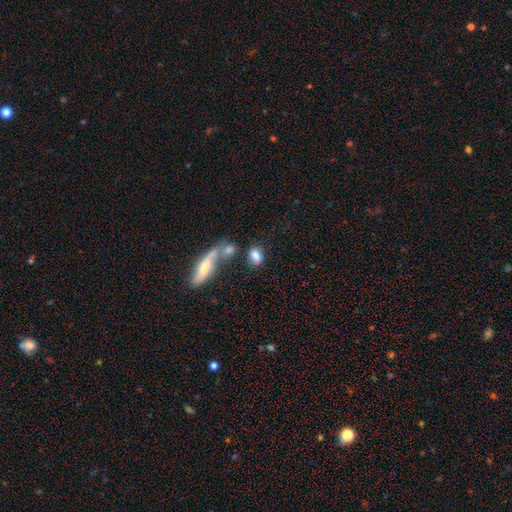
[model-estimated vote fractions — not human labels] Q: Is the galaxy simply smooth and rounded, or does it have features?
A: smooth — 78%.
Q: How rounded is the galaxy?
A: in between — 74%.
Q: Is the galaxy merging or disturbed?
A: none — 52%.